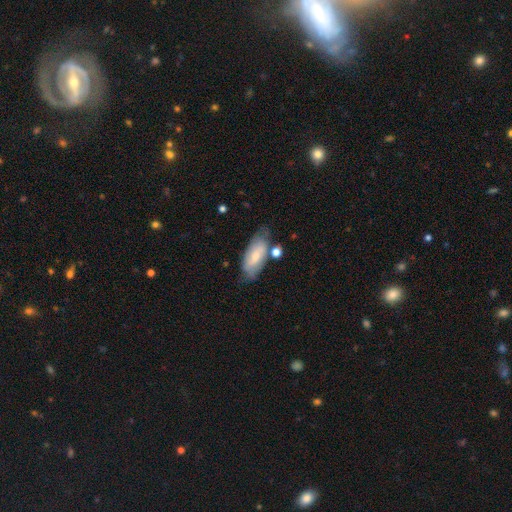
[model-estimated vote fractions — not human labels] Smooth or featured? Predicted: smooth (p=0.60). How rounded? Predicted: in between (p=0.83). Merging? Predicted: none (p=0.60).